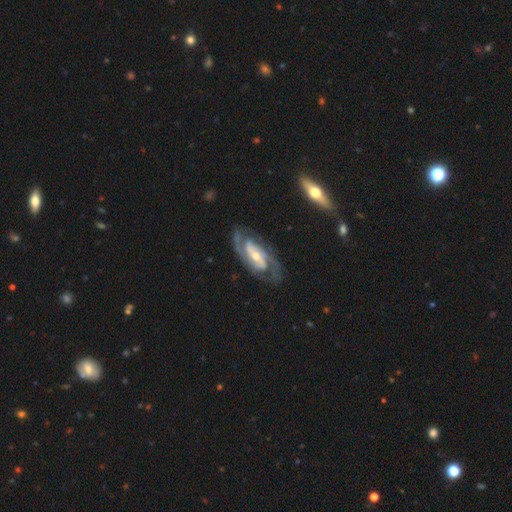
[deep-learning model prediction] A featured or disk galaxy (90%) with a weak bar (39%), 2 (72%) medium (49%) spiral arms (97%) and a moderate central bulge (49%). Merging: none (76%).